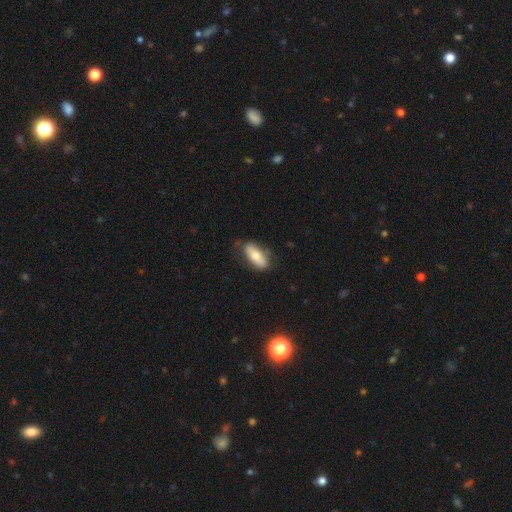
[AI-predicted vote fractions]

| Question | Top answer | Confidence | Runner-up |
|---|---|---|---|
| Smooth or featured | smooth | 67% | featured or disk (26%) |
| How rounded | in between | 79% | cigar-shaped (19%) |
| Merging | none | 73% | minor disturbance (20%) |